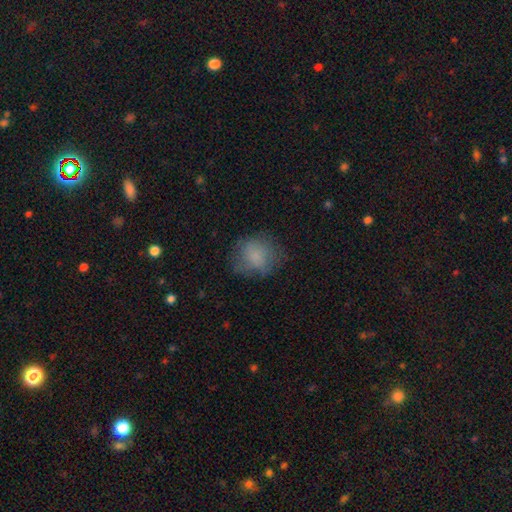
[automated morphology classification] Q: Smooth or featured?
A: smooth (78%); runner-up: featured or disk (13%)
Q: How rounded?
A: round (73%); runner-up: in between (26%)
Q: Merging?
A: none (67%); runner-up: minor disturbance (21%)